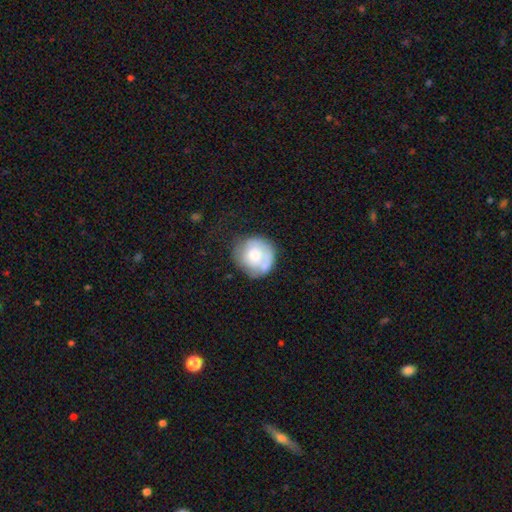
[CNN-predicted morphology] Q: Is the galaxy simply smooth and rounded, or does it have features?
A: smooth — 62%.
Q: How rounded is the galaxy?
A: round — 88%.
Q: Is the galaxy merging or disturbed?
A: none — 54%.